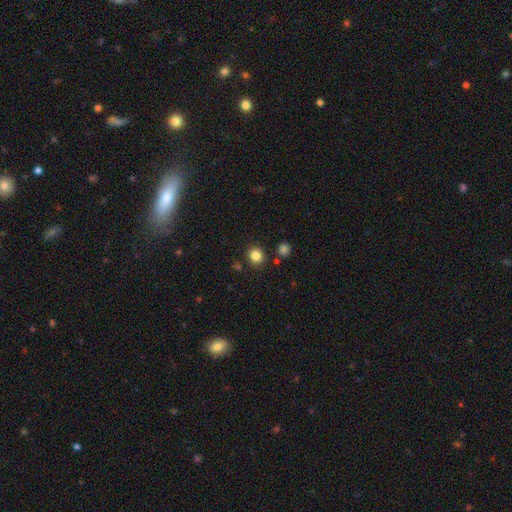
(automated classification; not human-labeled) The model was most divided on "smooth or featured": smooth: 84%, star or artifact: 12%, featured or disk: 4%. More confident: merging — none (87%); how rounded — round (87%).